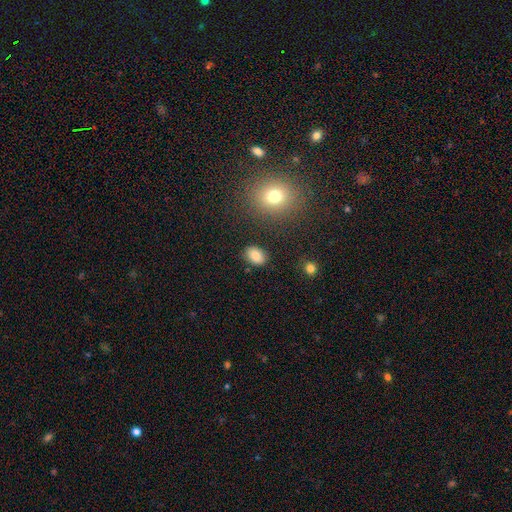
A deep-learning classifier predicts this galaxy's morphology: Smooth or featured? smooth (84%)
How rounded? in between (80%)
Merging? none (86%)